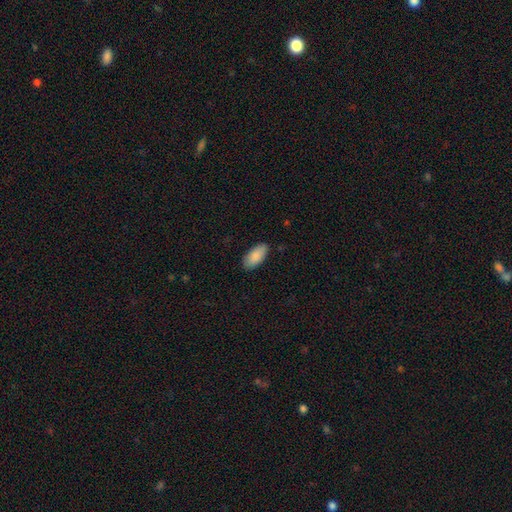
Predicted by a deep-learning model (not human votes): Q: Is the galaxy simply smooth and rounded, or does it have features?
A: smooth — 89%.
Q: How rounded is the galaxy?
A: in between — 92%.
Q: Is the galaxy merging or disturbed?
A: none — 86%.